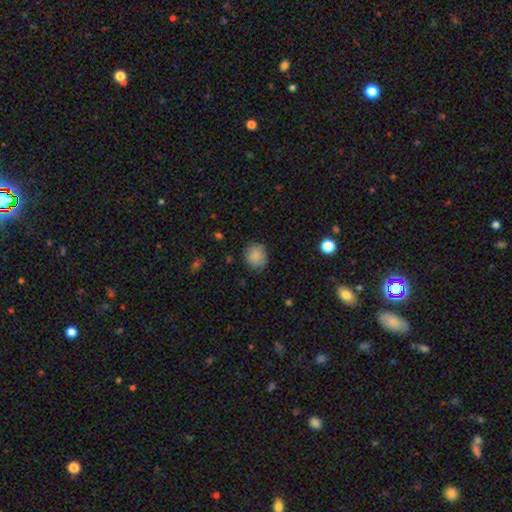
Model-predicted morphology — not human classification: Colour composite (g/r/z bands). It shows a smooth galaxy with no disk features (85%) that is round (83%). Merging: none (78%).